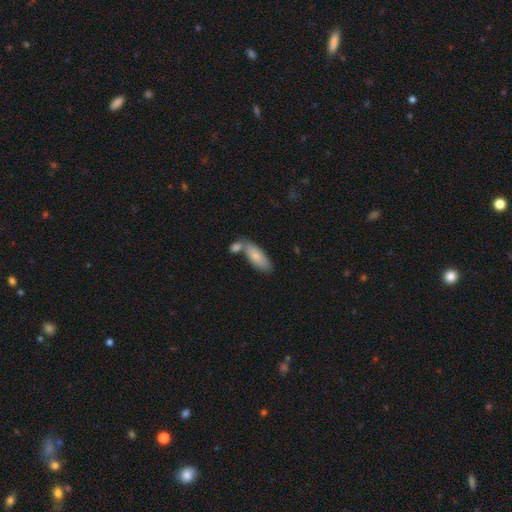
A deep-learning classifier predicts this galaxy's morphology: Q: Smooth or featured?
A: smooth (79%); runner-up: featured or disk (15%)
Q: How rounded?
A: in between (72%); runner-up: cigar-shaped (25%)
Q: Merging?
A: none (52%); runner-up: merger (31%)